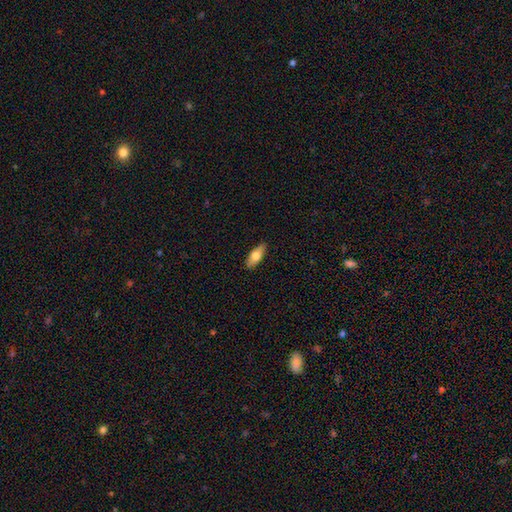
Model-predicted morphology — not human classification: Smooth or featured? smooth (71%)
How rounded? in between (75%)
Merging? none (89%)